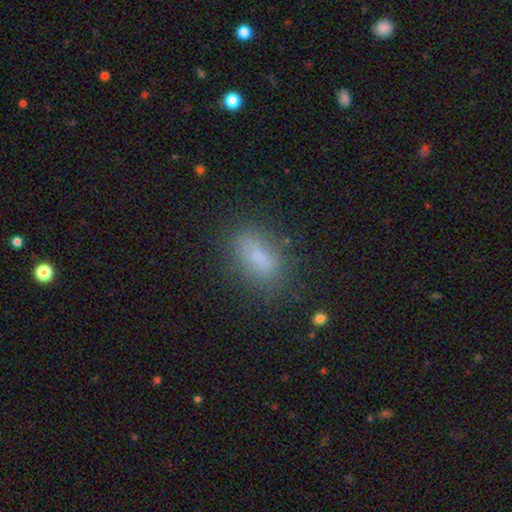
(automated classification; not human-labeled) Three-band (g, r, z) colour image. It shows a smooth galaxy with no disk features (78%) that is in between round and cigar-shaped (82%). Merging: none (80%).